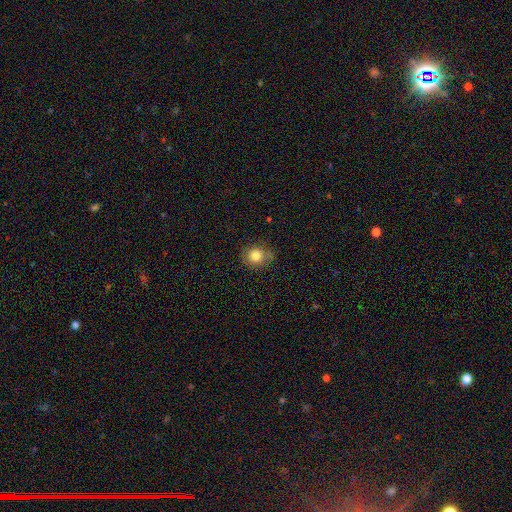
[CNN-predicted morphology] Smooth or featured? smooth (82%)
How rounded? round (75%)
Merging? none (72%)